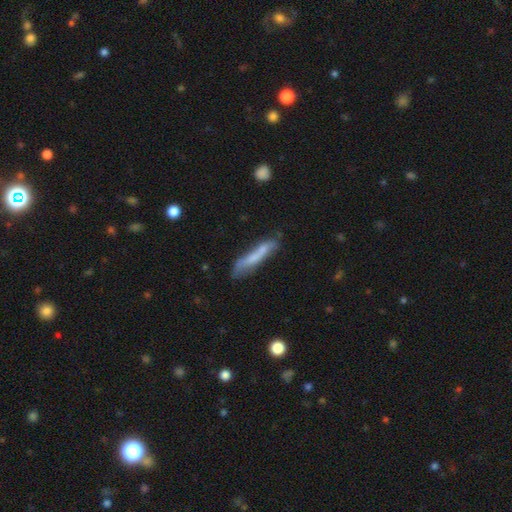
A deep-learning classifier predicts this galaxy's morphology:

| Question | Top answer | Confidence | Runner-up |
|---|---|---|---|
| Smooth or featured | smooth | 54% | featured or disk (39%) |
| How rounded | cigar-shaped | 89% | in between (9%) |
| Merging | none | 60% | minor disturbance (24%) |